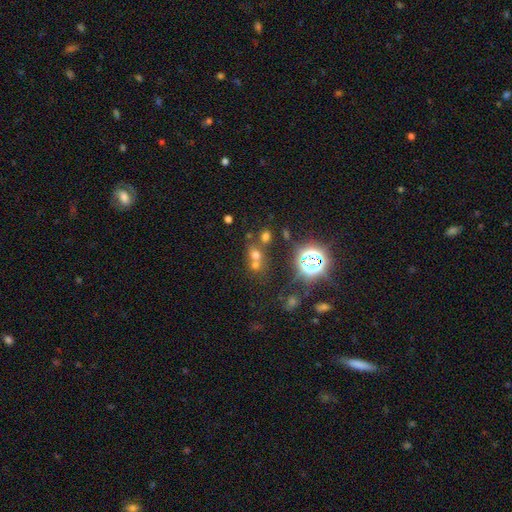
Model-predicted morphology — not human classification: smooth-or-featured: smooth: 52% | star or artifact: 36% | featured or disk: 13%
  how-rounded: round: 72% | in between: 26% | cigar-shaped: 2%
  merging: merger: 44% (tied) | none: 44% (tied) | minor disturbance: 7% | major disturbance: 4%